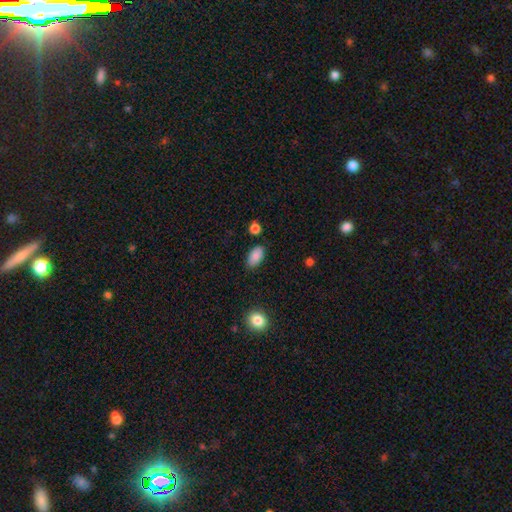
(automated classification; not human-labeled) Smooth or featured? smooth (86%)
How rounded? in between (93%)
Merging? none (82%)